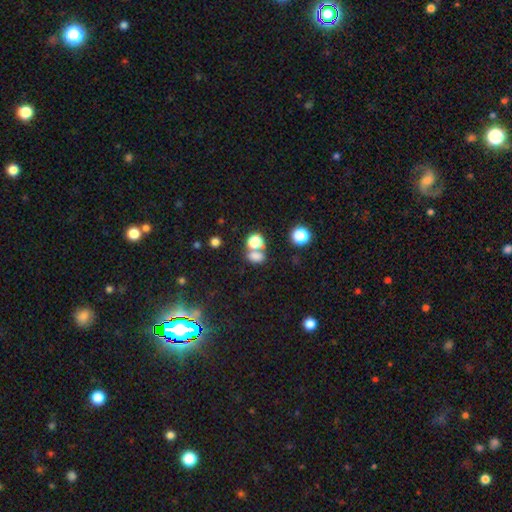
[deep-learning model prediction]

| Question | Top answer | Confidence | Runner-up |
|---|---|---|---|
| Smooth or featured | smooth | 72% | star or artifact (20%) |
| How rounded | in between | 57% | round (42%) |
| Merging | none | 46% | merger (38%) |